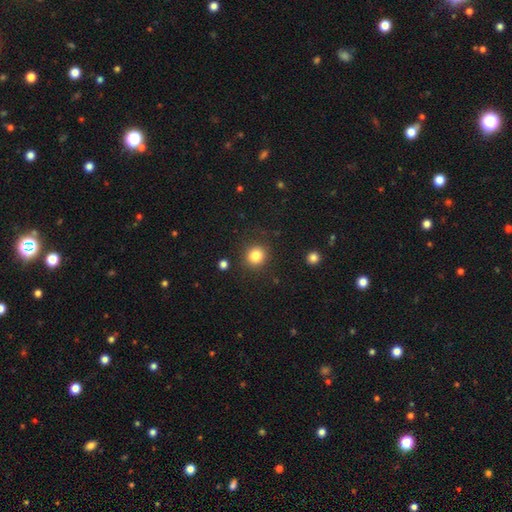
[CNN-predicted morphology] This appears to be a smooth galaxy with no disk features (84%) that is round (88%). Merging: none (88%).